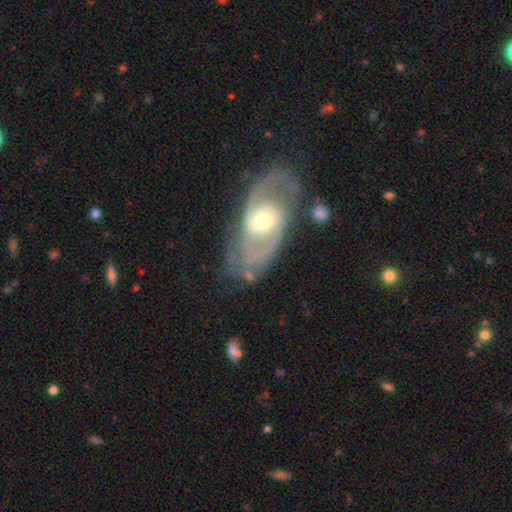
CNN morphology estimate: type=featured or disk (88%); edge-on=no (95%); bar=no (56%); spiral arms=yes (94%); winding=medium (49%); arm count=2 (85%); bulge=moderate (58%); merging=none (73%).